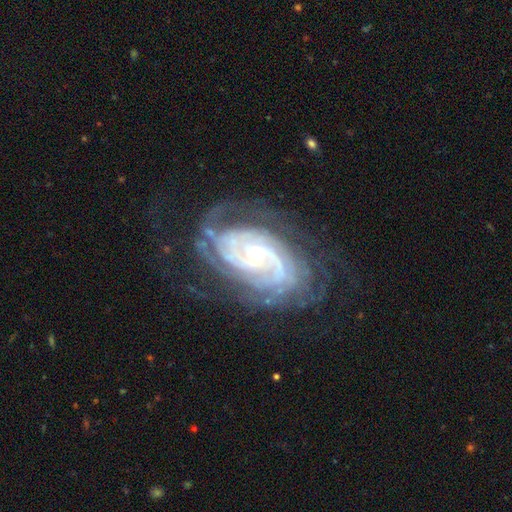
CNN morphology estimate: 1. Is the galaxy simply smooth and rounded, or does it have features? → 91% featured or disk, 6% star or artifact, 4% smooth.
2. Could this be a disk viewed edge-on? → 97% no, 3% yes.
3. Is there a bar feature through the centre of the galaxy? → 55% no, 33% weak, 12% strong.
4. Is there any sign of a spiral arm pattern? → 98% yes, 2% no.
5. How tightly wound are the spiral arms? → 72% tight, 24% medium, 4% loose.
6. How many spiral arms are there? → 30% 2, 21% can't tell, 18% 3, 15% 4, 9% more than 4, 7% 1.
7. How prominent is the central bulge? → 64% small, 32% moderate, 2% large, 2% none, 1% dominant.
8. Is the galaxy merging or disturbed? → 69% none, 19% minor disturbance, 11% major disturbance, 2% merger.